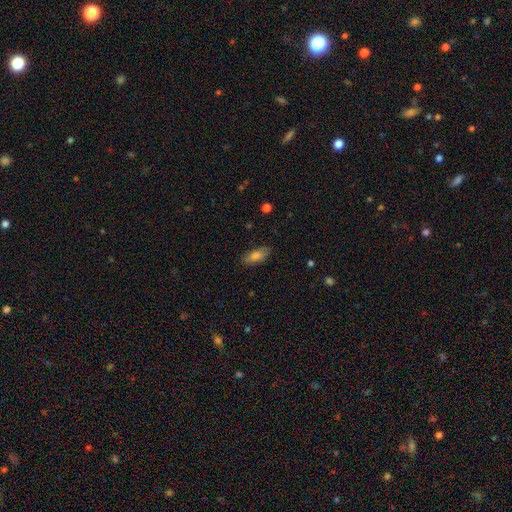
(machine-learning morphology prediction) This appears to be a smooth galaxy with no disk features (79%) that is in between round and cigar-shaped (79%). Merging: none (83%).